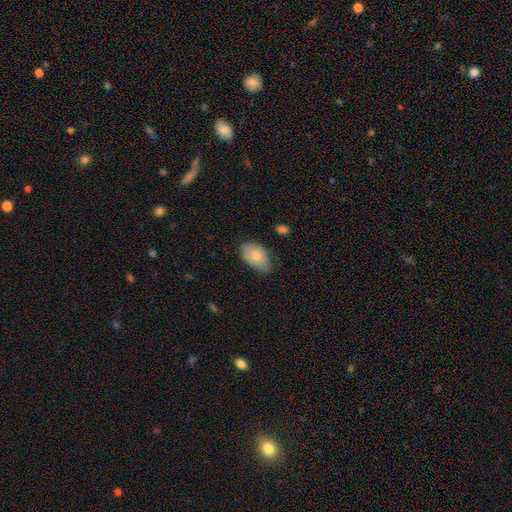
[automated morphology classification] Overall: smooth (77%). How rounded: in between (93%). Merging: none (63%; minor disturbance 30%).